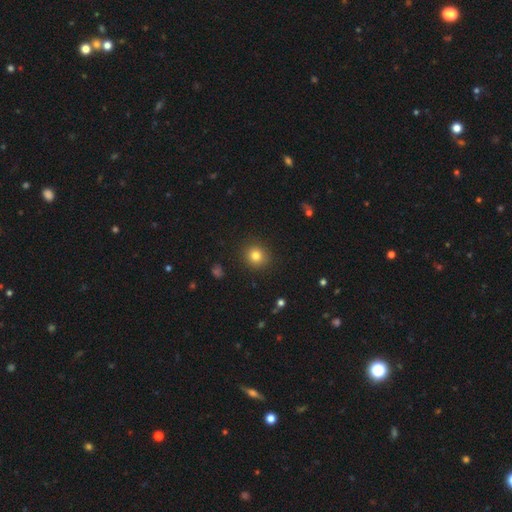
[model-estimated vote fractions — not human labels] Q: Smooth or featured?
A: smooth (81%); runner-up: star or artifact (12%)
Q: How rounded?
A: round (88%); runner-up: in between (11%)
Q: Merging?
A: none (90%); runner-up: minor disturbance (6%)